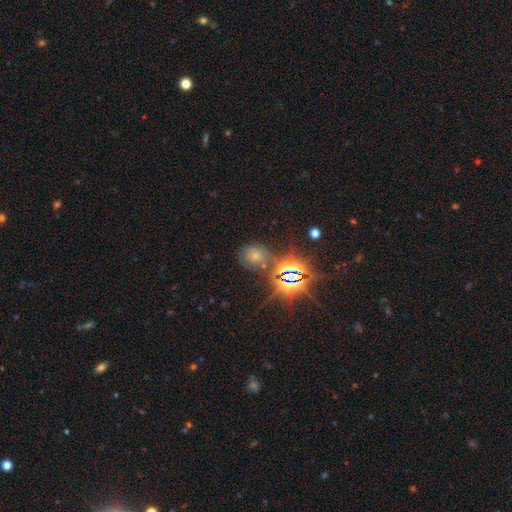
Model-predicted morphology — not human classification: Smooth or featured?
  - smooth: 45% *
  - star or artifact: 41%
  - featured or disk: 14%
Merging?
  - none: 66% *
  - minor disturbance: 17%
  - merger: 9%
  - major disturbance: 8%